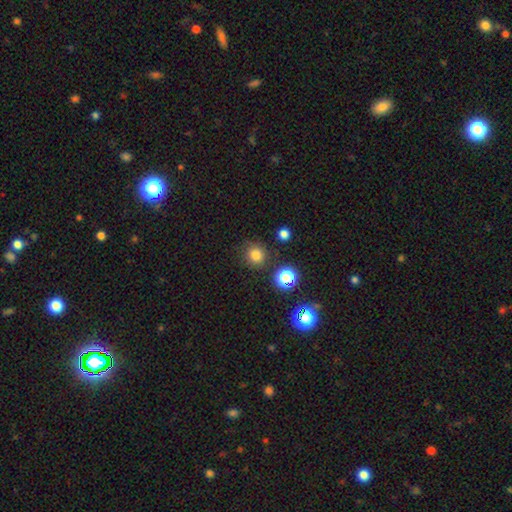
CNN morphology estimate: type=smooth (78%); roundness=round (92%); merging=none (85%).